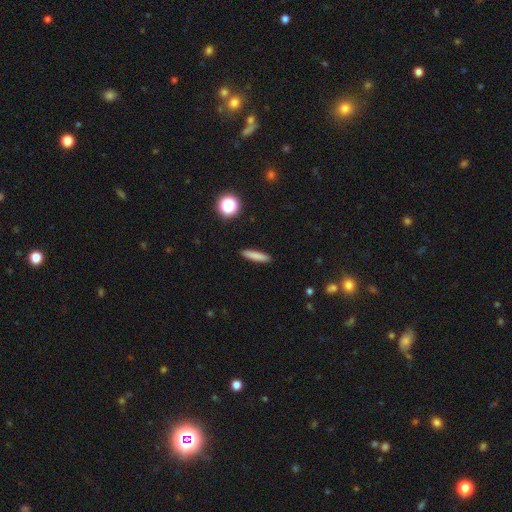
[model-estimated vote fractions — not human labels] smooth 81%, featured or disk 10%, star or artifact 9%. Down the decision tree: how rounded — cigar-shaped (88%); merging — none (92%).